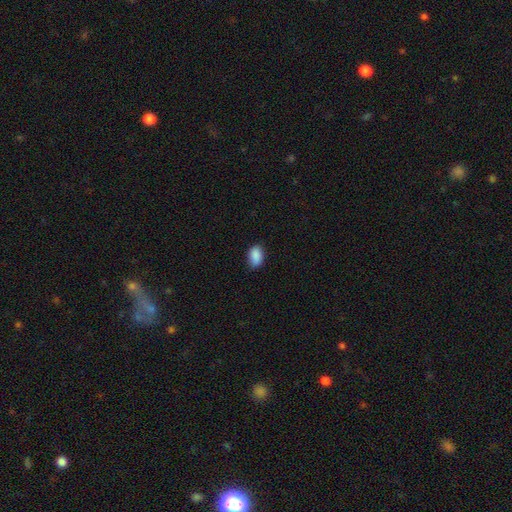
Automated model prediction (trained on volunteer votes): This is clearly a smooth galaxy (89%). How rounded: clearly in between (89%). Merging: clearly none (82%).